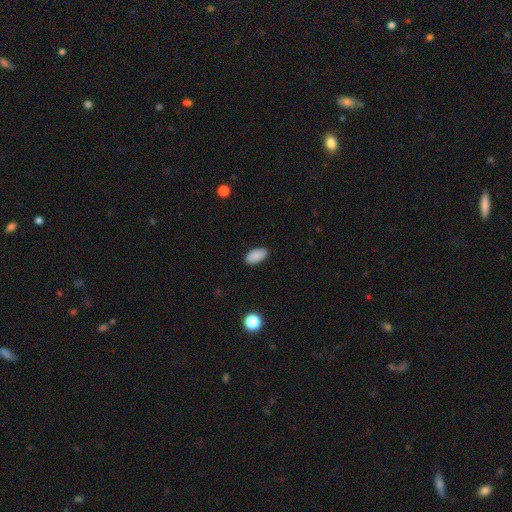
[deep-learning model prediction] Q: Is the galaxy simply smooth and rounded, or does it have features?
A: smooth — 89%.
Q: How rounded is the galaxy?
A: in between — 95%.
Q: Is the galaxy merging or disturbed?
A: none — 88%.